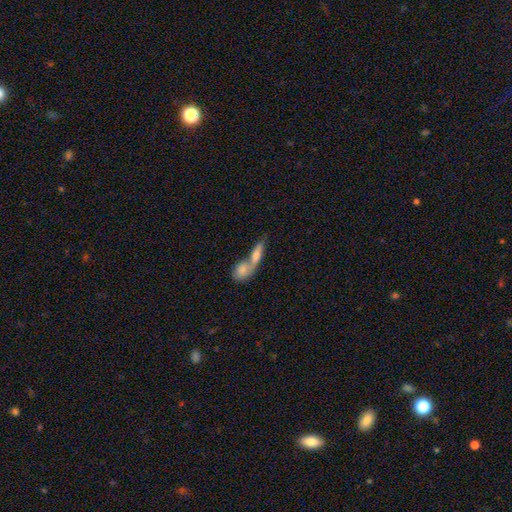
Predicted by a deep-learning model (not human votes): smooth 52%, featured or disk 31%, star or artifact 16%. Down the decision tree: how rounded — in between (50%); merging — merger (59%).